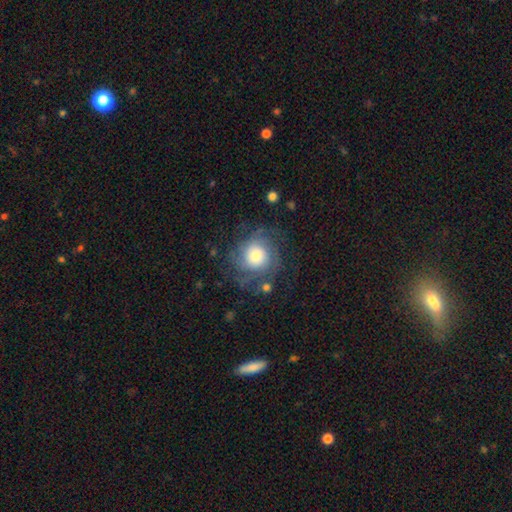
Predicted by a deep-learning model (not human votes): This appears to be a featured or disk galaxy (59%) with no bar (82%), tight (51%) spiral arms (88%) and a moderate central bulge (39%, tied with large). Merging: none (68%).